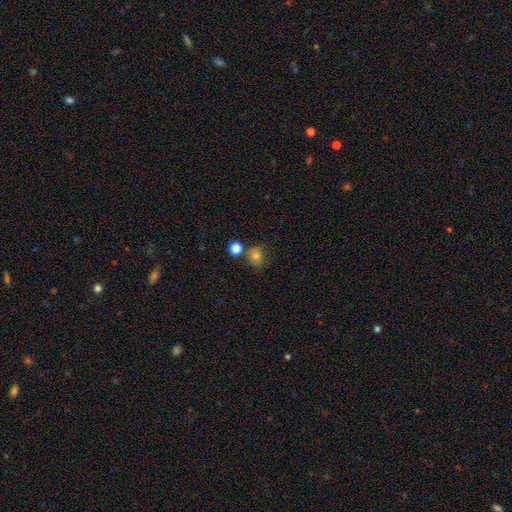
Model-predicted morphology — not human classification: This is likely a smooth galaxy (76%). How rounded: likely round (75%). Merging: likely none (69%).